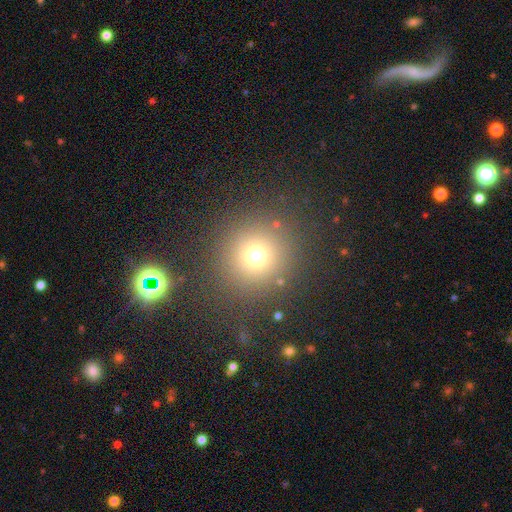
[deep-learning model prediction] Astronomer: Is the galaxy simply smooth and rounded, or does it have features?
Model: smooth — 70%.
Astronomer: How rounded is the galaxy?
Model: round — 93%.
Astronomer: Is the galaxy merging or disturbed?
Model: none — 85%.